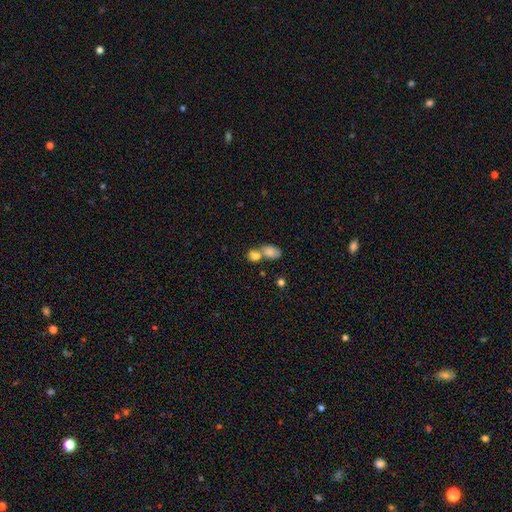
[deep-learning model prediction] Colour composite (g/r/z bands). It shows a smooth galaxy with no disk features (80%) that is in between round and cigar-shaped (61%). Merging: merger (61%).